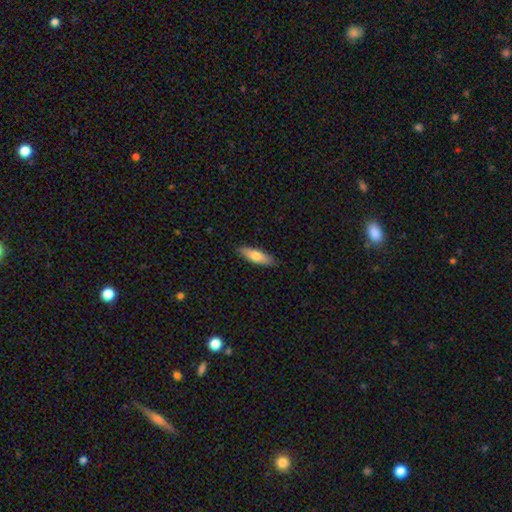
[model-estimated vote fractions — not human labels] Smooth or featured: smooth — 71% (featured or disk — 23%)
How rounded: cigar-shaped — 51% (in between — 47%)
Merging: none — 87% (minor disturbance — 10%)